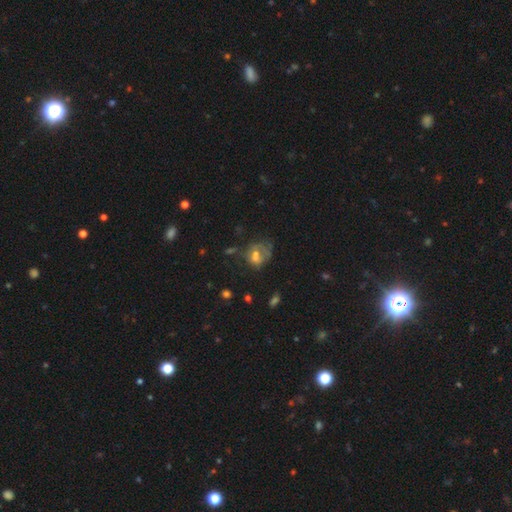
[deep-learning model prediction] smooth_or_featured: smooth (p=0.45) [alt: featured or disk p=0.34]
merging: major disturbance (p=0.30) [tied with: none p=0.30]